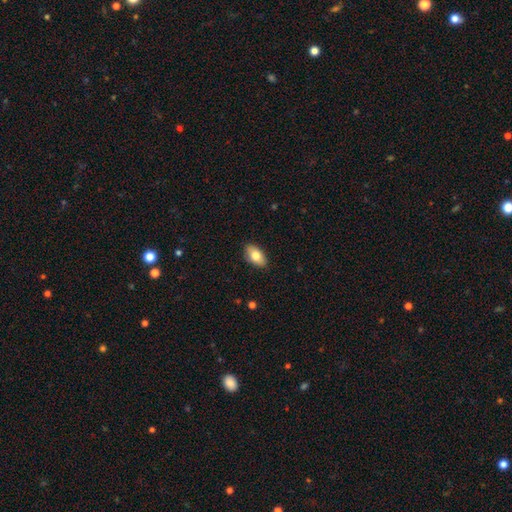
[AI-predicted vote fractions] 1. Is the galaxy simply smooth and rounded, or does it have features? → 76% smooth, 17% featured or disk, 7% star or artifact.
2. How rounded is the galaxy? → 92% in between, 5% round, 3% cigar-shaped.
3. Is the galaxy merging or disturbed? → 88% none, 9% minor disturbance, 2% major disturbance, 1% merger.